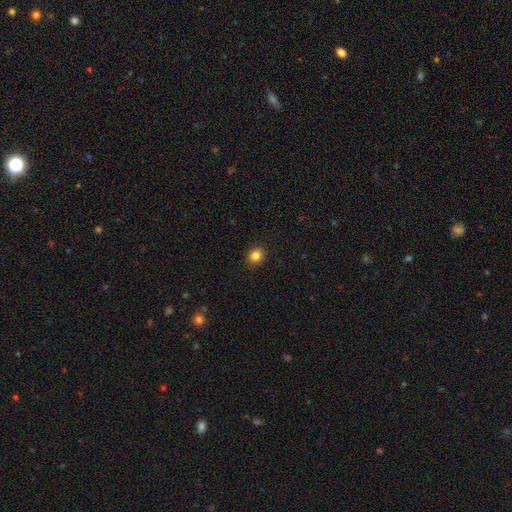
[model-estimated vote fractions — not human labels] smooth-or-featured: smooth: 84% | star or artifact: 11% | featured or disk: 5%
  how-rounded: round: 72% | in between: 27% | cigar-shaped: 1%
  merging: none: 91% | minor disturbance: 7% | major disturbance: 2% | merger: 1%